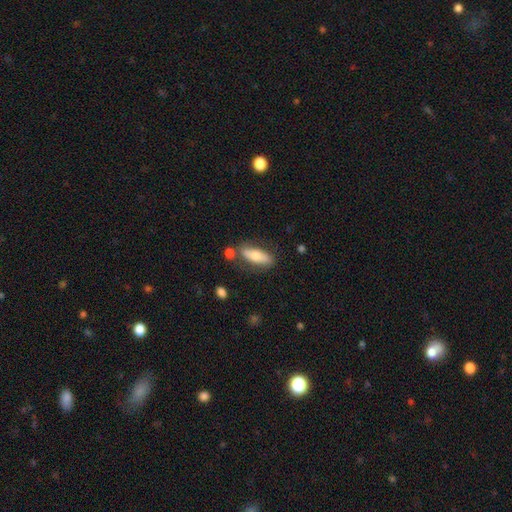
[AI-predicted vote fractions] Smooth or featured: smooth — 67% (featured or disk — 26%)
How rounded: in between — 67% (cigar-shaped — 30%)
Merging: none — 71% (minor disturbance — 15%)